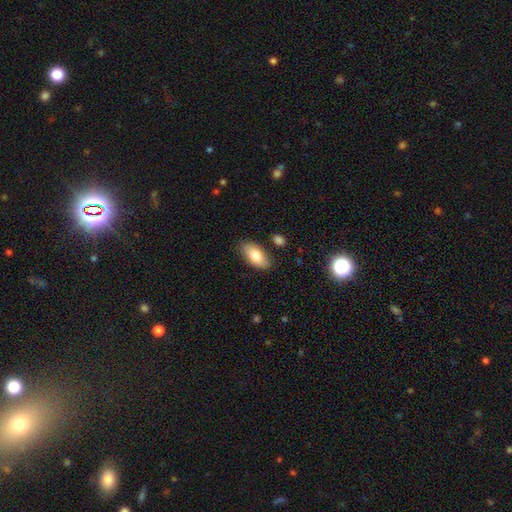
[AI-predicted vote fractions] smooth-or-featured: smooth: 78% | featured or disk: 15% | star or artifact: 7%
  how-rounded: in between: 92% | cigar-shaped: 4% | round: 3%
  merging: none: 83% | minor disturbance: 11% | merger: 3% | major disturbance: 2%